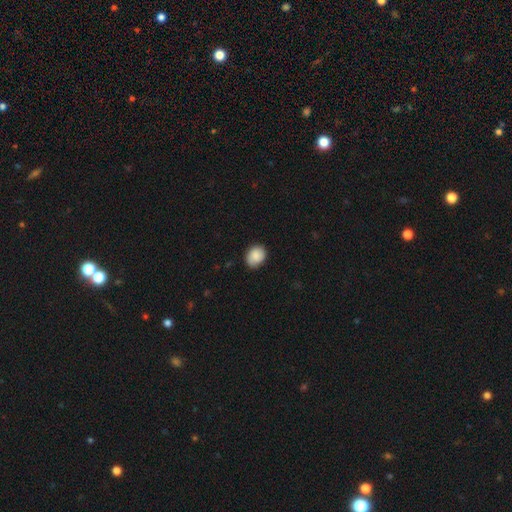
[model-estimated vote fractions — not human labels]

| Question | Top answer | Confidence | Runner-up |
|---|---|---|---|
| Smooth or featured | smooth | 85% | featured or disk (8%) |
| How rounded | in between | 50% | round (49%) |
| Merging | none | 80% | minor disturbance (16%) |